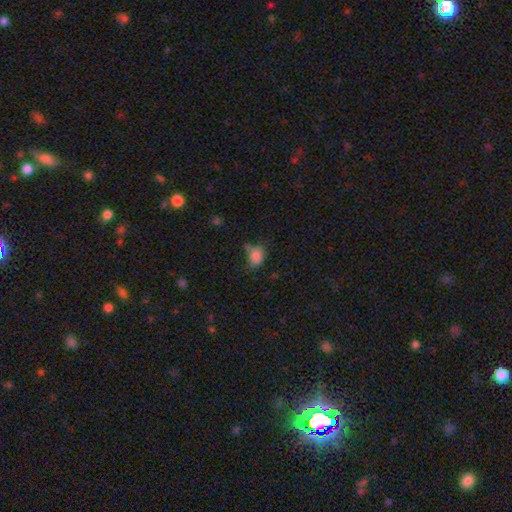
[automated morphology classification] smooth_or_featured: smooth (p=0.82) [alt: star or artifact p=0.11]
how_rounded: in between (p=0.61) [alt: round p=0.38]
merging: none (p=0.51) [alt: minor disturbance p=0.28]